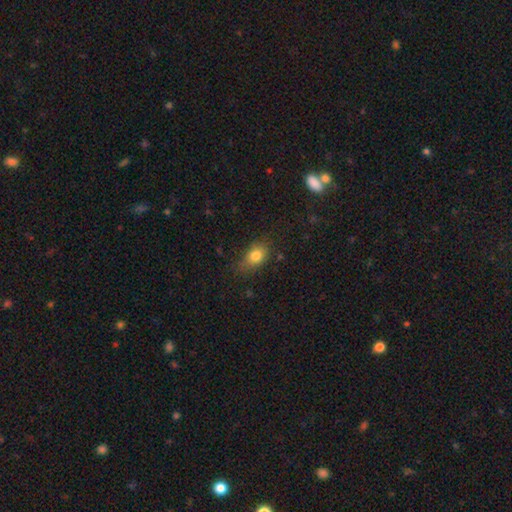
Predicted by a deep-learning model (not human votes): Smooth or featured? Predicted: smooth (p=0.80). How rounded? Predicted: in between (p=0.71). Merging? Predicted: none (p=0.60).